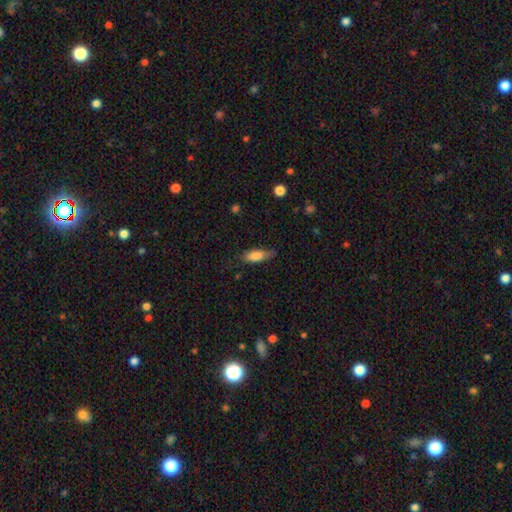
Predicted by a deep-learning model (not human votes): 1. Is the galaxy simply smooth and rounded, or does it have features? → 77% smooth, 16% featured or disk, 7% star or artifact.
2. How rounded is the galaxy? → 60% in between, 37% cigar-shaped, 2% round.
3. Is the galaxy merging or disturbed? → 66% none, 26% minor disturbance, 7% major disturbance, 2% merger.